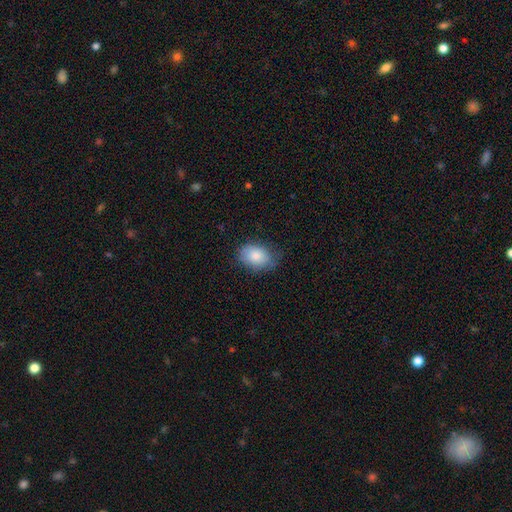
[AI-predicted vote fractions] This is clearly a smooth galaxy (83%). How rounded: likely in between (77%). Merging: likely none (68%).